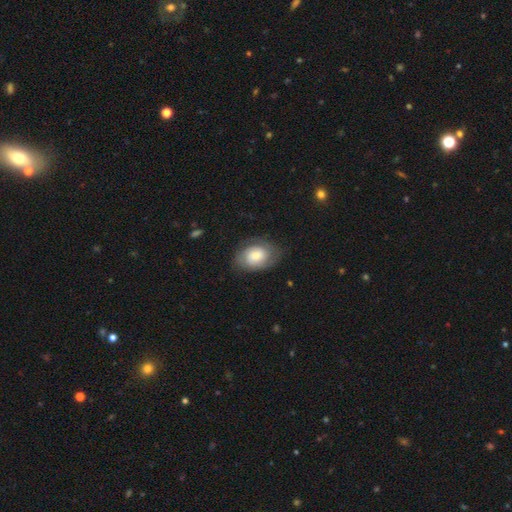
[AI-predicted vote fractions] smooth_or_featured: smooth (p=0.53) [alt: featured or disk p=0.40]
how_rounded: in between (p=0.83) [alt: round p=0.16]
merging: none (p=0.71) [alt: minor disturbance p=0.20]